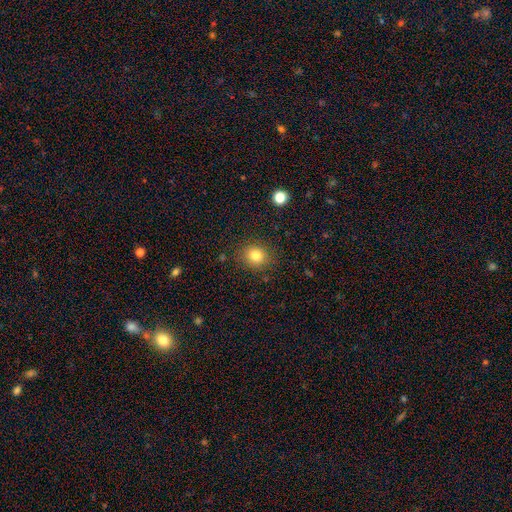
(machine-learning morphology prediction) smooth_or_featured: smooth (p=0.81) [alt: star or artifact p=0.12]
how_rounded: round (p=0.79) [alt: in between p=0.20]
merging: none (p=0.87) [alt: minor disturbance p=0.09]